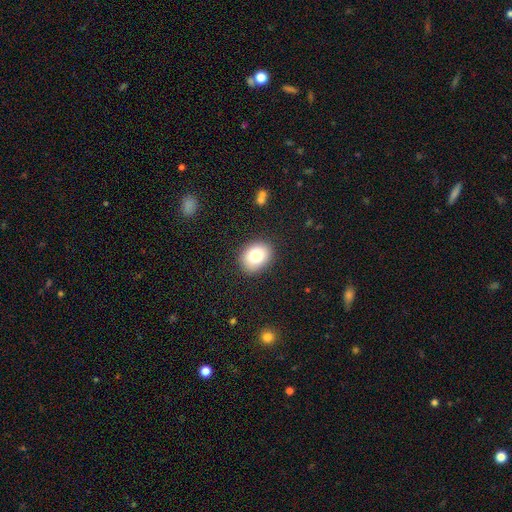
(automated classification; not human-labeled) Smooth or featured?
  - smooth: 80% *
  - featured or disk: 10%
  - star or artifact: 9%
How rounded?
  - in between: 56% *
  - round: 43%
  - cigar-shaped: 1%
Merging?
  - none: 87% *
  - minor disturbance: 10%
  - major disturbance: 3%
  - merger: 1%